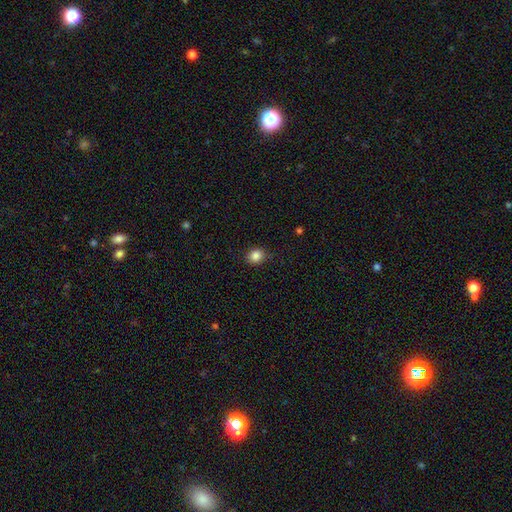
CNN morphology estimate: smooth 86%, star or artifact 10%, featured or disk 4%. Down the decision tree: how rounded — round (68%); merging — none (86%).